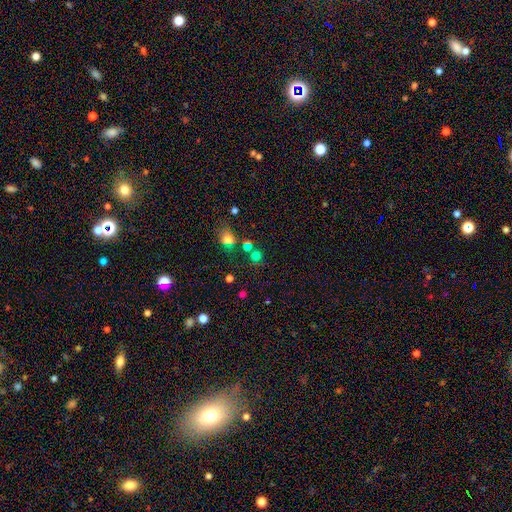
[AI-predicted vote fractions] Smooth or featured: smooth — 67% (star or artifact — 24%)
How rounded: round — 85% (in between — 14%)
Merging: none — 61% (merger — 23%)